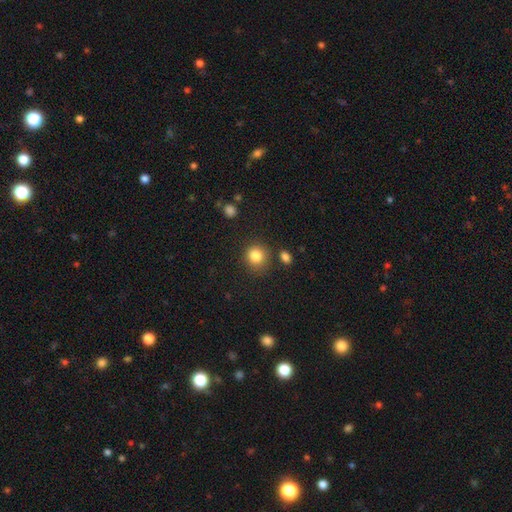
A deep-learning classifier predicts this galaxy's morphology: Smooth or featured? Predicted: smooth (p=0.84). How rounded? Predicted: round (p=0.89). Merging? Predicted: none (p=0.82).